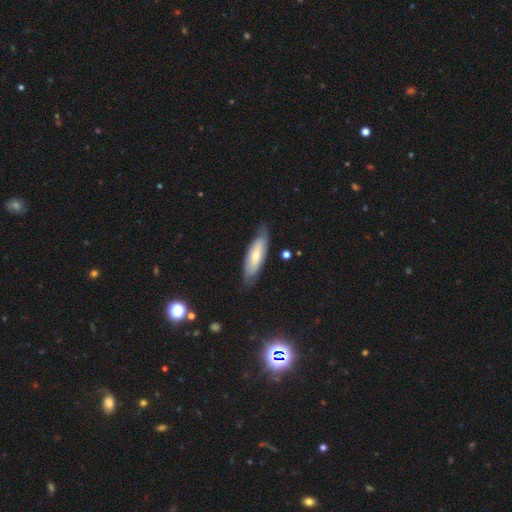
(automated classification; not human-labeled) smooth_or_featured: smooth (p=0.55) [alt: featured or disk p=0.40]
how_rounded: in between (p=0.57) [alt: cigar-shaped p=0.41]
merging: none (p=0.76) [alt: minor disturbance p=0.18]